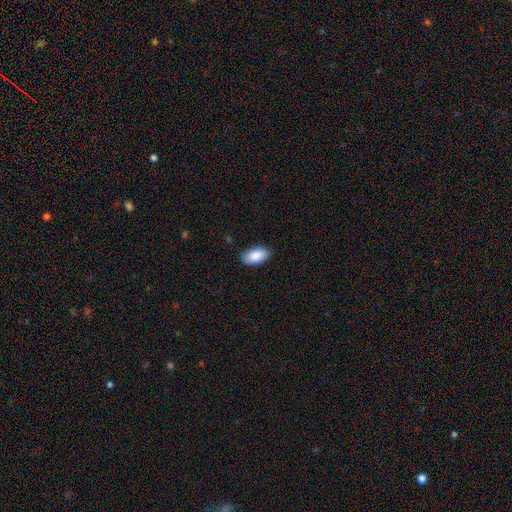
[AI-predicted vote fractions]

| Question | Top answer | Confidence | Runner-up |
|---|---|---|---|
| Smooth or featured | smooth | 89% | star or artifact (6%) |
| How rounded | in between | 95% | round (3%) |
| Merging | none | 86% | minor disturbance (11%) |